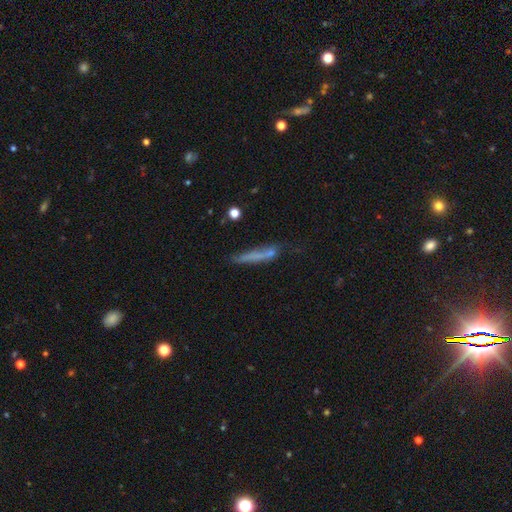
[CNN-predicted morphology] Q: Smooth or featured?
A: smooth (58%); runner-up: featured or disk (31%)
Q: How rounded?
A: cigar-shaped (91%); runner-up: in between (7%)
Q: Merging?
A: none (55%); runner-up: minor disturbance (24%)